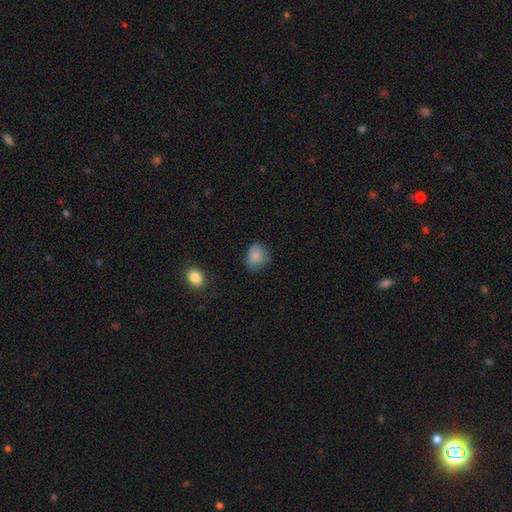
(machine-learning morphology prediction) Overall: smooth (84%). How rounded: round (56%; in between 43%). Merging: none (63%; minor disturbance 27%).